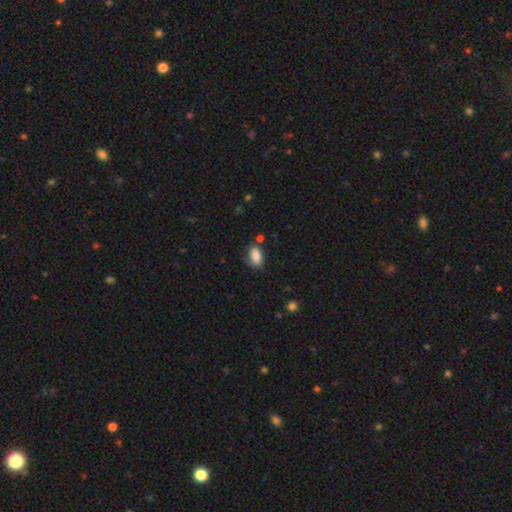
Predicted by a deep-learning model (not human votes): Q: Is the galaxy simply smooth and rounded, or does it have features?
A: smooth — 88%.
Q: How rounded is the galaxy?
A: in between — 91%.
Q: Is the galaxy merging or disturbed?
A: none — 73%.